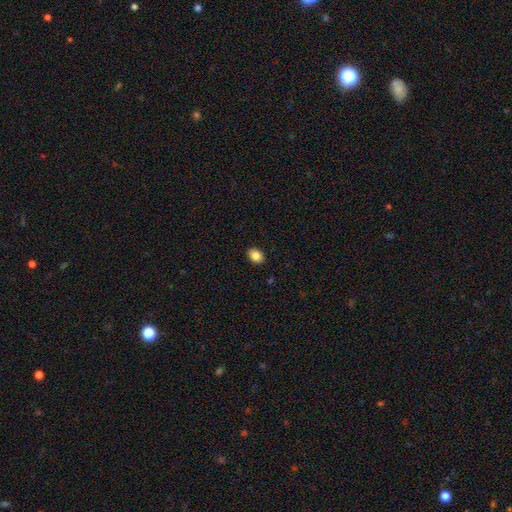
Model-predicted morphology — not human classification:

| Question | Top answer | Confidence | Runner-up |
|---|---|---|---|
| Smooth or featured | smooth | 86% | star or artifact (9%) |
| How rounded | in between | 65% | round (35%) |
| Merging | none | 90% | minor disturbance (7%) |